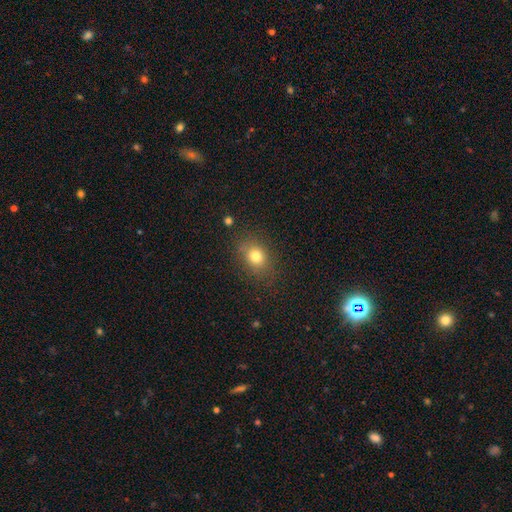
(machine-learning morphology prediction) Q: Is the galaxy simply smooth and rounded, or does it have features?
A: smooth — 77%.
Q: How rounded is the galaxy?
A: round — 50%.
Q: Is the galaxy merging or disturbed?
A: none — 81%.